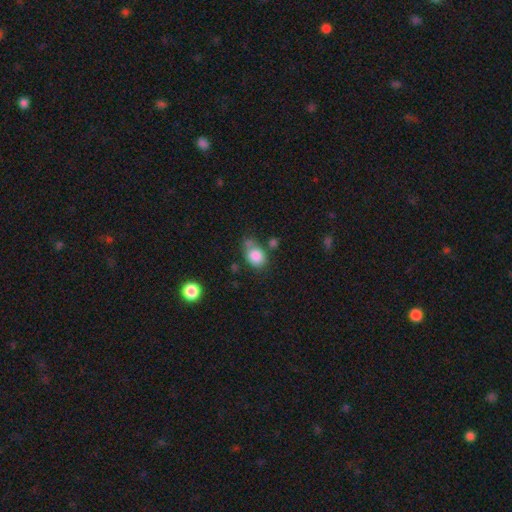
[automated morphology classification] A smooth galaxy with no disk features (84%) that is in between round and cigar-shaped (51%). Merging: none (51%).